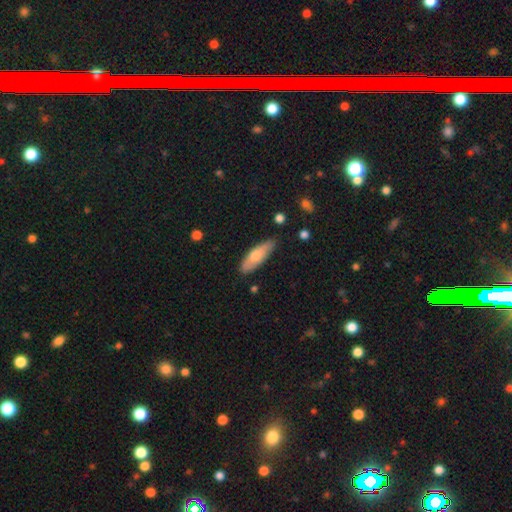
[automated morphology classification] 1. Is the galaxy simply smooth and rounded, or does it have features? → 66% smooth, 28% featured or disk, 6% star or artifact.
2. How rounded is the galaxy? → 56% in between, 42% cigar-shaped, 2% round.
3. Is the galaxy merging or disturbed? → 81% none, 15% minor disturbance, 2% major disturbance, 2% merger.